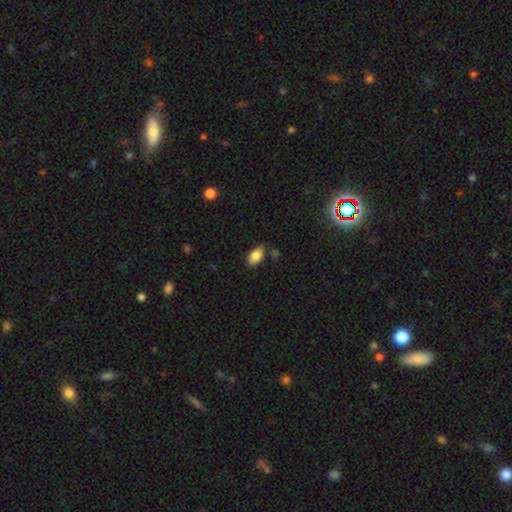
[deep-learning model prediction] A smooth galaxy with no disk features (85%) that is in between round and cigar-shaped (93%). Merging: none (79%).